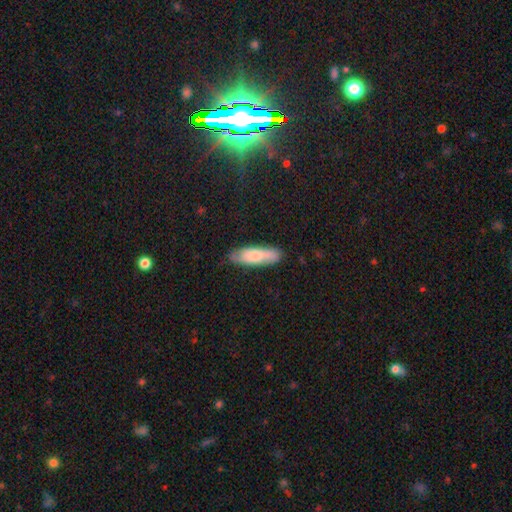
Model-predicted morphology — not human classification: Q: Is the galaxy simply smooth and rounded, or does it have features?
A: smooth — 72%.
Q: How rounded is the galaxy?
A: cigar-shaped — 55%.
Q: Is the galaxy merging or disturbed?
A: none — 79%.